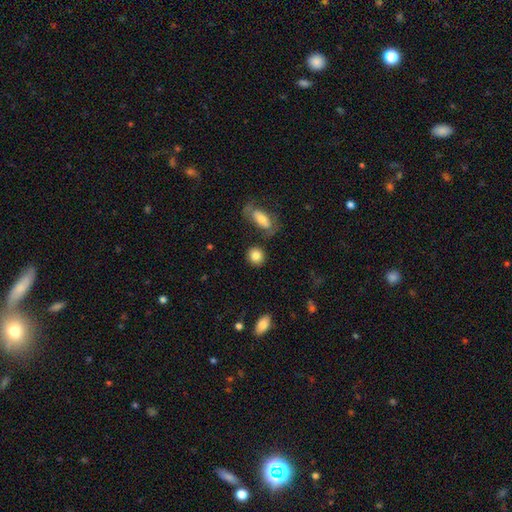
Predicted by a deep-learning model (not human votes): smooth 85%, star or artifact 8%, featured or disk 7%. Down the decision tree: how rounded — round (80%); merging — none (81%).